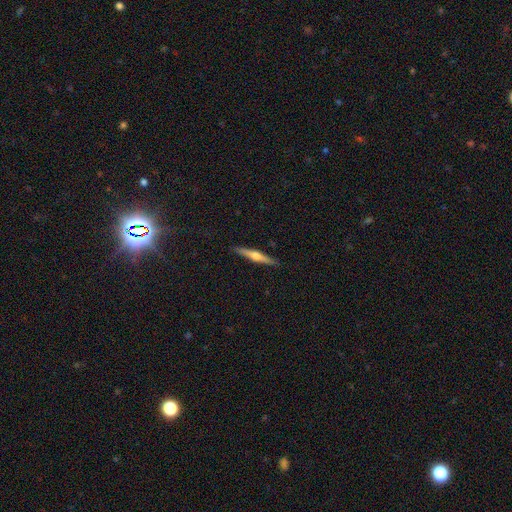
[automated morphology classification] smooth-or-featured: featured or disk: 63% | smooth: 31% | star or artifact: 6%
  disk-edge-on: yes: 97% | no: 3%
    edge-on-bulge: rounded: 90% | none: 6% | boxy: 4%
  merging: none: 91% | minor disturbance: 7% | major disturbance: 1% | merger: 1%